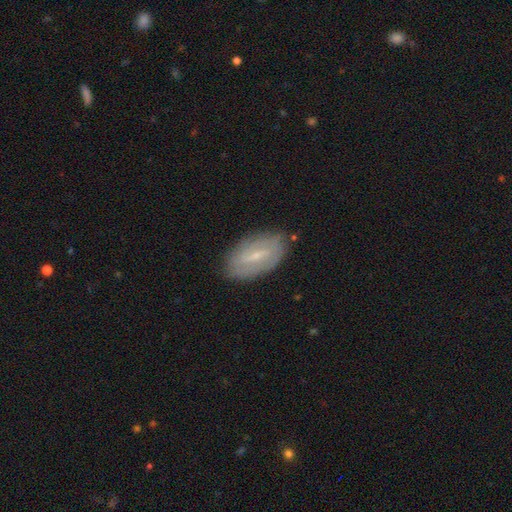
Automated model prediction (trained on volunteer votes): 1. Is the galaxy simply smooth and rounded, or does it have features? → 62% featured or disk, 31% smooth, 7% star or artifact.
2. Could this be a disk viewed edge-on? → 91% no, 9% yes.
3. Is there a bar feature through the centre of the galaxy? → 50% weak, 35% strong, 15% no.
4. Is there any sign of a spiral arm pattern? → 66% yes, 34% no.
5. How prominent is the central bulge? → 66% small, 23% moderate, 9% none, 1% large, 1% dominant.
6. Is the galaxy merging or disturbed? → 80% none, 15% minor disturbance, 4% major disturbance, 1% merger.